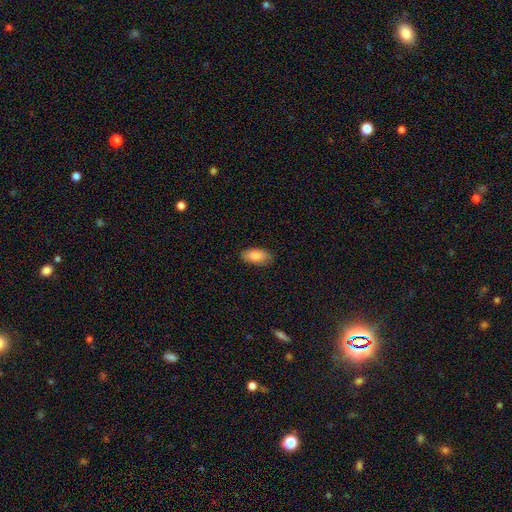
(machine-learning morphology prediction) A smooth galaxy with no disk features (86%) that is in between round and cigar-shaped (93%).

Vote fractions:
- Smooth or featured? smooth: 86% / featured or disk: 8% / star or artifact: 6%
- How rounded? in between: 93% / cigar-shaped: 5% / round: 2%
- Merging? none: 85% / minor disturbance: 12% / major disturbance: 2% / merger: 1%